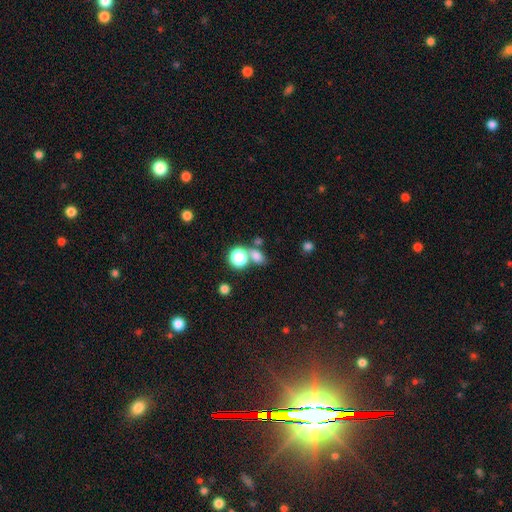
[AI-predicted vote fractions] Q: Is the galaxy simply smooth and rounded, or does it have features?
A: smooth — 75%.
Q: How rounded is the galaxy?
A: in between — 57%.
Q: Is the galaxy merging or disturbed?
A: none — 52%.